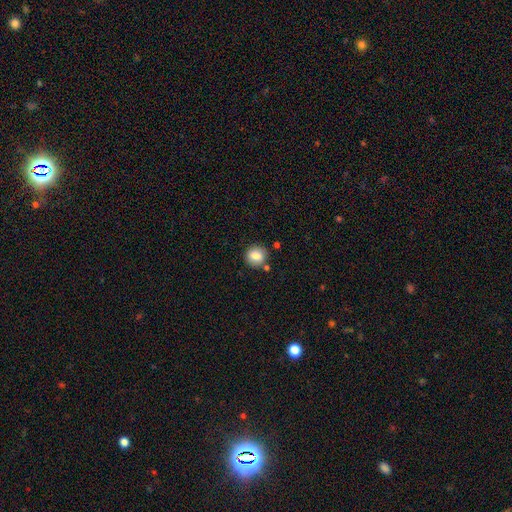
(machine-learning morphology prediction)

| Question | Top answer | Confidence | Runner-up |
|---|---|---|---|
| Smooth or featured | smooth | 84% | star or artifact (9%) |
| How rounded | round | 86% | in between (13%) |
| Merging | none | 81% | minor disturbance (10%) |